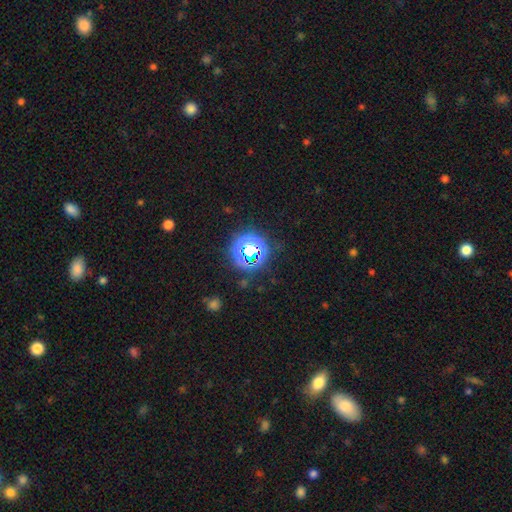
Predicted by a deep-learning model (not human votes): Overall: star or artifact (73%).